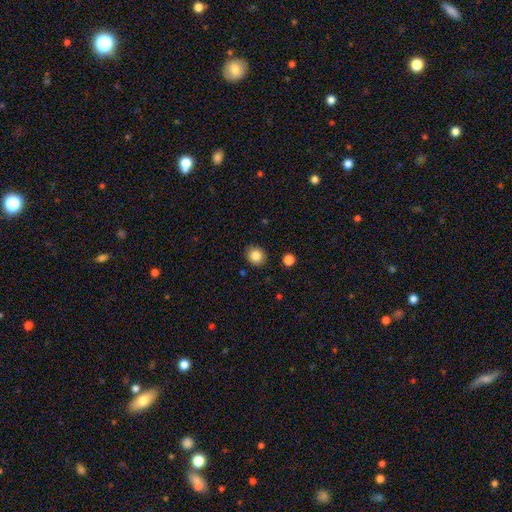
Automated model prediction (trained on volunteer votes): Q: Smooth or featured?
A: smooth (85%); runner-up: star or artifact (10%)
Q: How rounded?
A: round (83%); runner-up: in between (16%)
Q: Merging?
A: none (90%); runner-up: minor disturbance (6%)